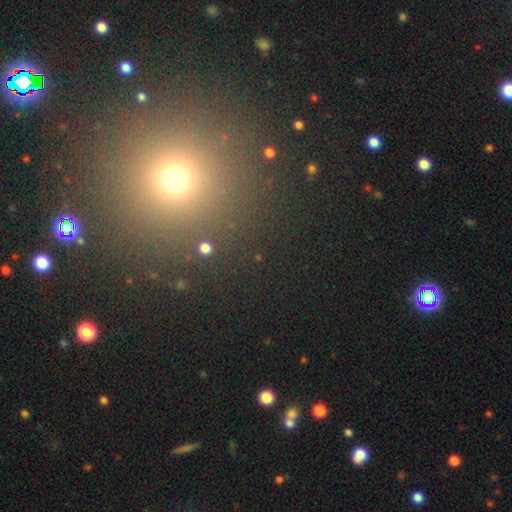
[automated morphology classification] smooth-or-featured: star or artifact: 48% | smooth: 45% | featured or disk: 7%